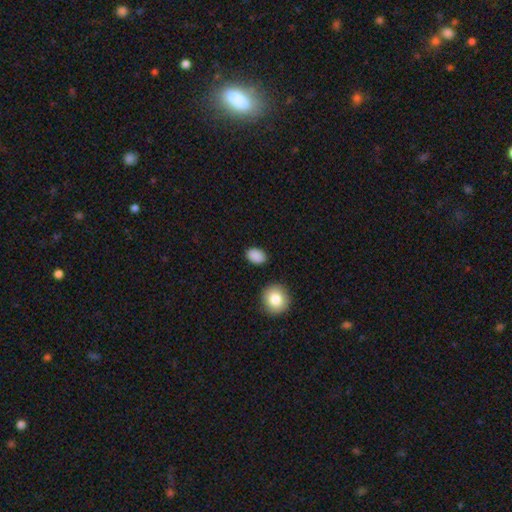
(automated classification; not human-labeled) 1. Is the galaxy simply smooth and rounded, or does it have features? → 88% smooth, 8% star or artifact, 3% featured or disk.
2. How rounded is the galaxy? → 79% in between, 20% round, 1% cigar-shaped.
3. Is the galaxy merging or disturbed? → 86% none, 9% minor disturbance, 2% major disturbance, 2% merger.